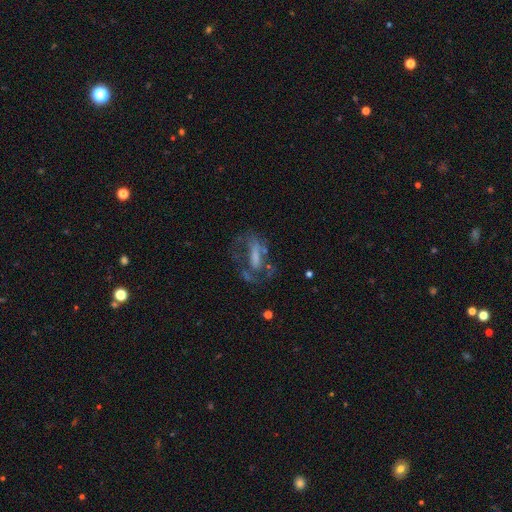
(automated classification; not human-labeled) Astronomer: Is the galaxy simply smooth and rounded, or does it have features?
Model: featured or disk — 61%.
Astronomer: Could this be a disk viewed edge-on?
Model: no — 89%.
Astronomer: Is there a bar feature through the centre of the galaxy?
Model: strong — 36% (runner-up: no, 35%).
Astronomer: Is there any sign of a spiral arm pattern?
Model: yes — 54% (runner-up: no, 46%).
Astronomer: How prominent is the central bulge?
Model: none — 41% (runner-up: moderate, 23%).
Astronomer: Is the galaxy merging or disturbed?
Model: major disturbance — 38%, tied with none at 38%.